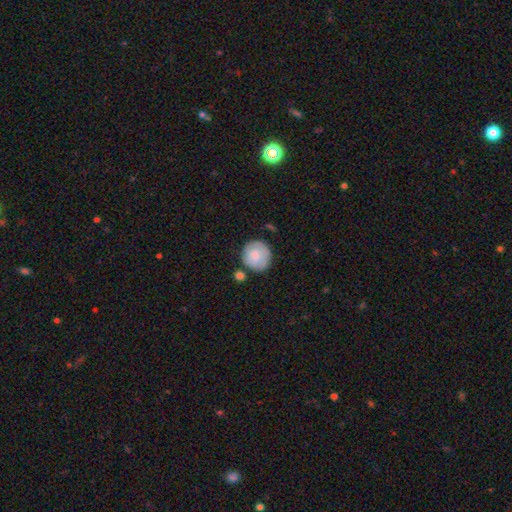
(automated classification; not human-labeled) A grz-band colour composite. It shows a smooth galaxy with no disk features (80%) that is round (93%). Merging: none (74%).